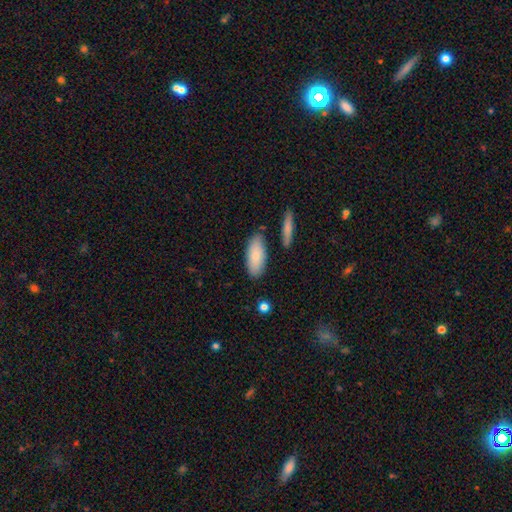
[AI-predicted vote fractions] Smooth or featured? smooth (80%)
How rounded? in between (84%)
Merging? none (80%)